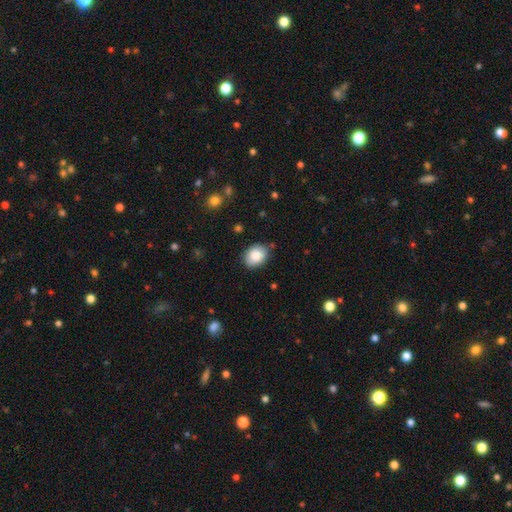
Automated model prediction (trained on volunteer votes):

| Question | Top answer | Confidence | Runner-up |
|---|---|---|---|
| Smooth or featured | smooth | 83% | featured or disk (8%) |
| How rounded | in between | 57% | round (42%) |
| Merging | none | 82% | minor disturbance (13%) |